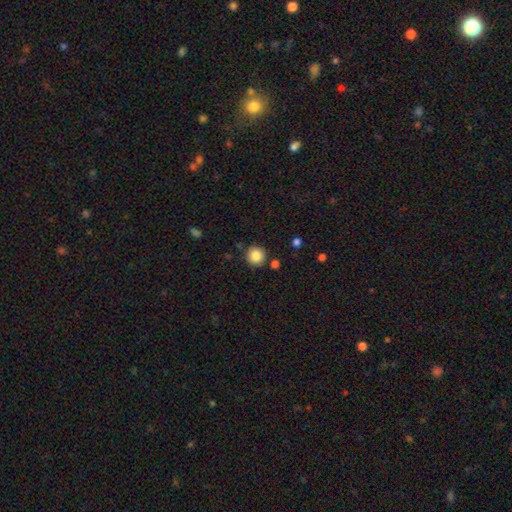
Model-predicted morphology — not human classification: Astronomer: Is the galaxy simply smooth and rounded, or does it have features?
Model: smooth — 84%.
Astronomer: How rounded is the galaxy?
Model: round — 94%.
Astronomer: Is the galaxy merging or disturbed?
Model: none — 86%.